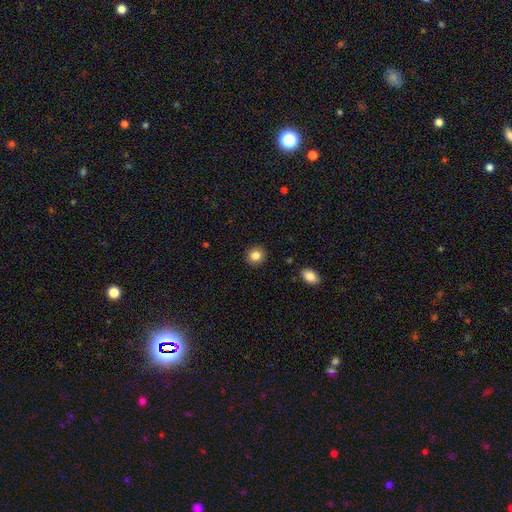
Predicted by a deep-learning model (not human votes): Smooth or featured? smooth (84%)
How rounded? round (86%)
Merging? none (90%)